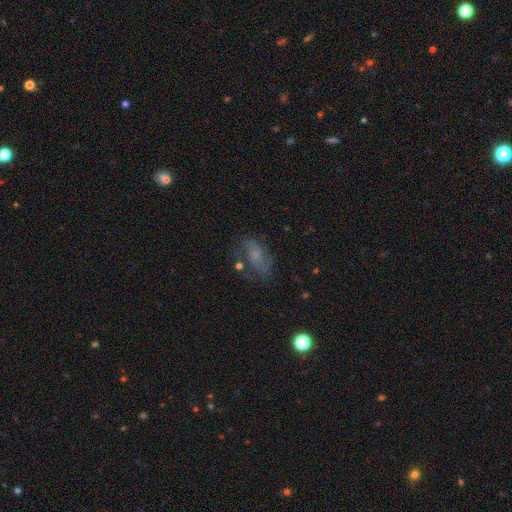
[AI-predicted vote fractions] smooth_or_featured: featured or disk (p=0.45) [alt: smooth p=0.39]
merging: none (p=0.57) [alt: minor disturbance p=0.23]